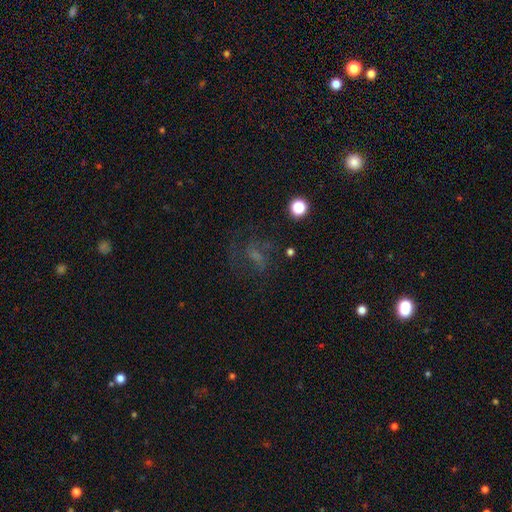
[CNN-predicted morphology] Smooth or featured? Predicted: featured or disk (p=0.42). Merging? Predicted: none (p=0.55).